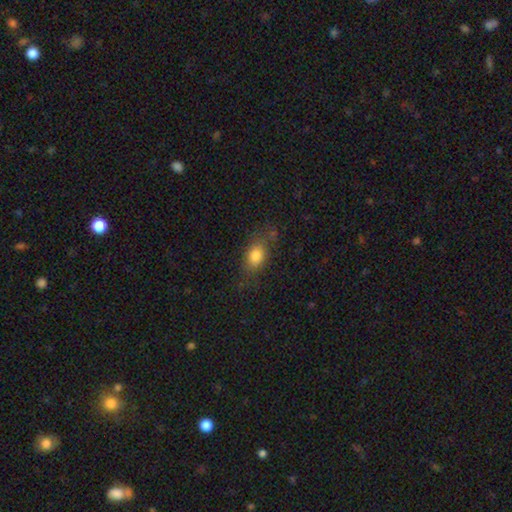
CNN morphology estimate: Smooth or featured? smooth (80%)
How rounded? in between (77%)
Merging? none (68%)